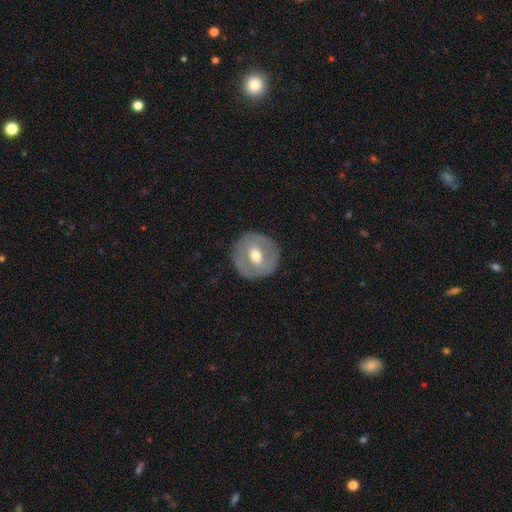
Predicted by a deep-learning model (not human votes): Smooth or featured?
  - featured or disk: 57% *
  - smooth: 38%
  - star or artifact: 6%
Edge-on disk?
  - no: 94% *
  - yes: 6%
Bar?
  - weak: 42% *
  - no: 39%
  - strong: 19%
Spiral arms?
  - no: 67% *
  - yes: 33%
Bulge size?
  - moderate: 73% *
  - small: 18%
  - large: 7%
  - dominant: 1%
  - none: 1%
Merging?
  - none: 86% *
  - minor disturbance: 9%
  - major disturbance: 4%
  - merger: 1%